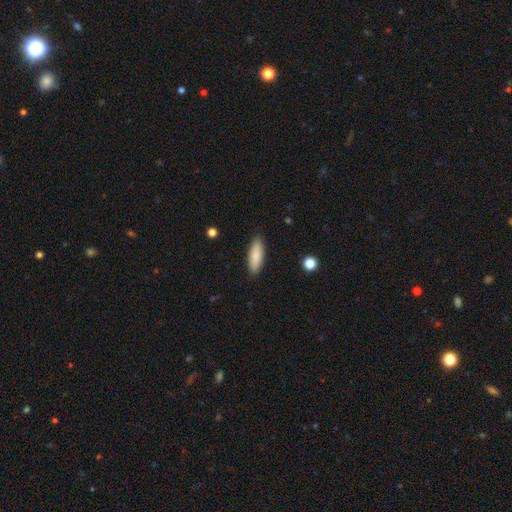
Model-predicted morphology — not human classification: Overall: smooth (85%). How rounded: in between (59%; cigar-shaped 39%). Merging: none (88%).